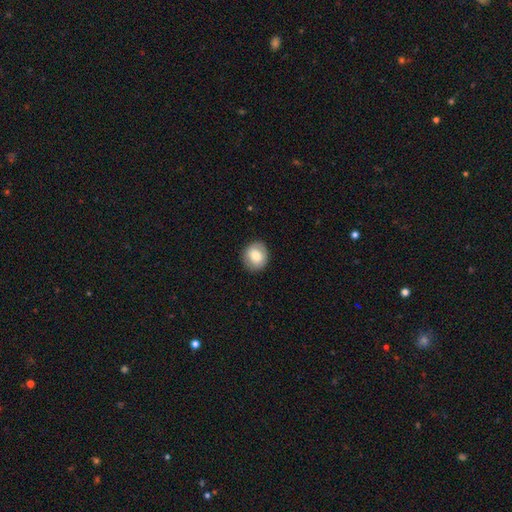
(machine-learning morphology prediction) Smooth or featured? smooth (73%)
How rounded? round (79%)
Merging? none (87%)